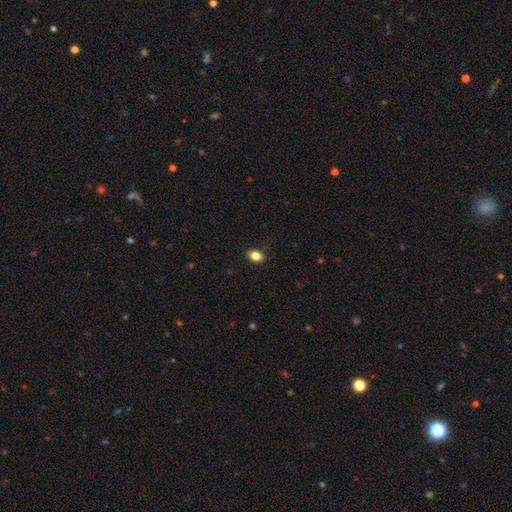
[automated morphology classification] Smooth or featured? smooth (84%)
How rounded? in between (72%)
Merging? none (88%)